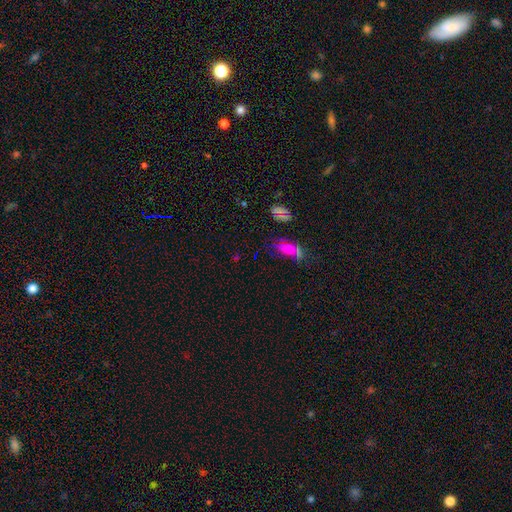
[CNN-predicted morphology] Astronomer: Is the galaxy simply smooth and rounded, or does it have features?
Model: smooth — 47% (runner-up: star or artifact, 40%).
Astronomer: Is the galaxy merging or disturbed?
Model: none — 63%.